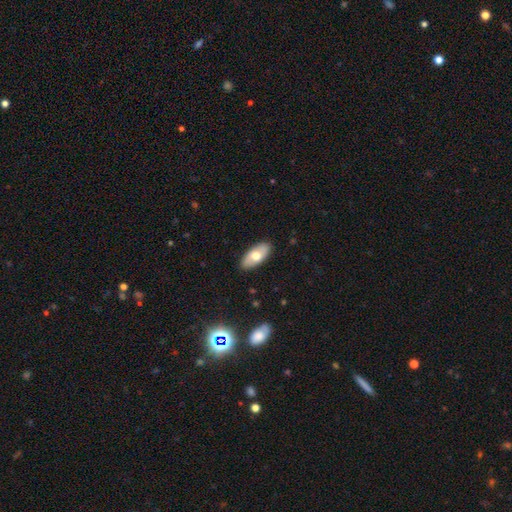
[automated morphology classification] Smooth or featured: smooth — 66% (featured or disk — 28%)
How rounded: in between — 91% (cigar-shaped — 6%)
Merging: none — 88% (minor disturbance — 9%)